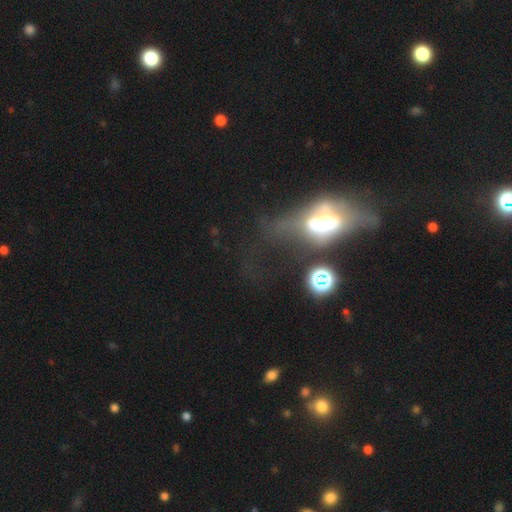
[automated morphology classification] This appears to be a featured or disk galaxy (40%). Merging: none (35%).